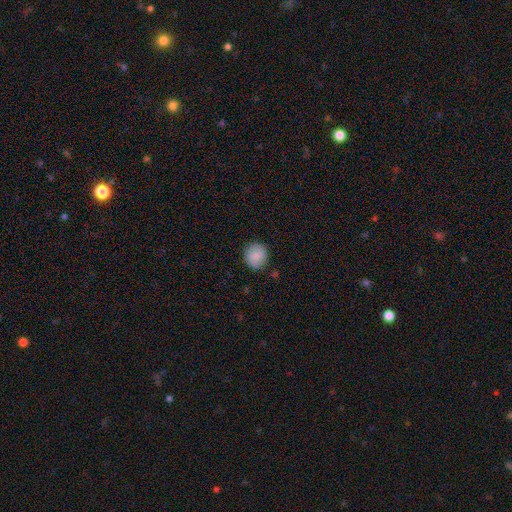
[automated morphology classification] Overall: smooth (86%). How rounded: round (88%). Merging: none (86%).